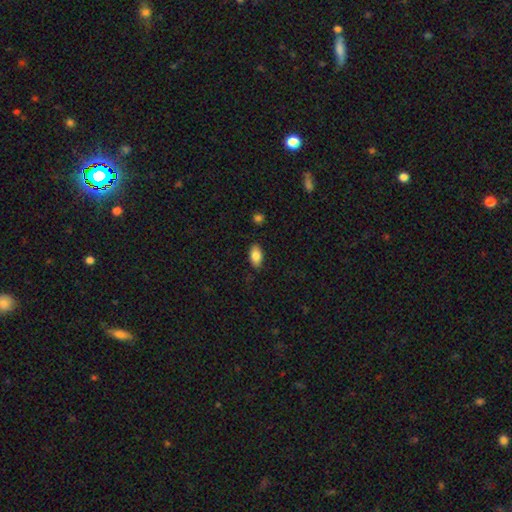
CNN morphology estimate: smooth_or_featured: smooth (p=0.83) [alt: featured or disk p=0.10]
how_rounded: in between (p=0.92) [alt: round p=0.04]
merging: none (p=0.85) [alt: minor disturbance p=0.12]